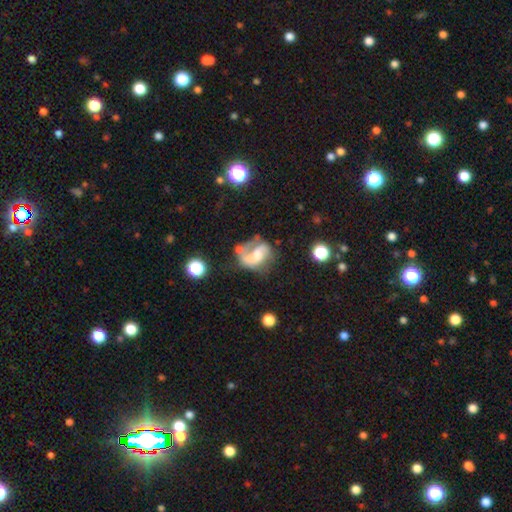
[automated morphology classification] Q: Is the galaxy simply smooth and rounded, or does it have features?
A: featured or disk — 63%.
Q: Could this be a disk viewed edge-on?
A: no — 97%.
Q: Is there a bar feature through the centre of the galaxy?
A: no — 50%.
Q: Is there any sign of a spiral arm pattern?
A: yes — 71%.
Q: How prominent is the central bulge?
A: moderate — 34%.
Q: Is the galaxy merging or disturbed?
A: major disturbance — 35%.